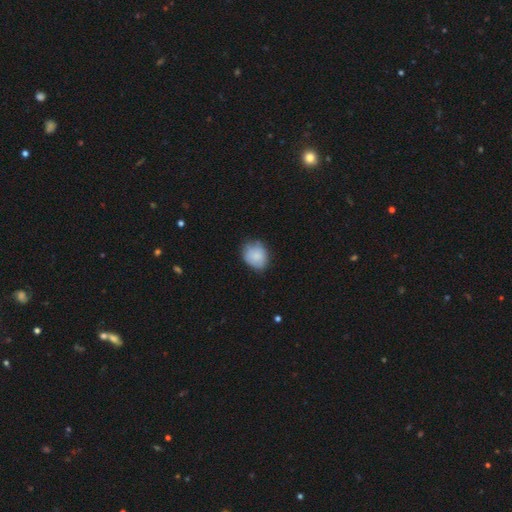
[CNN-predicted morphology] Overall: smooth (80%). How rounded: round (54%; in between 45%). Merging: none (62%; minor disturbance 30%).